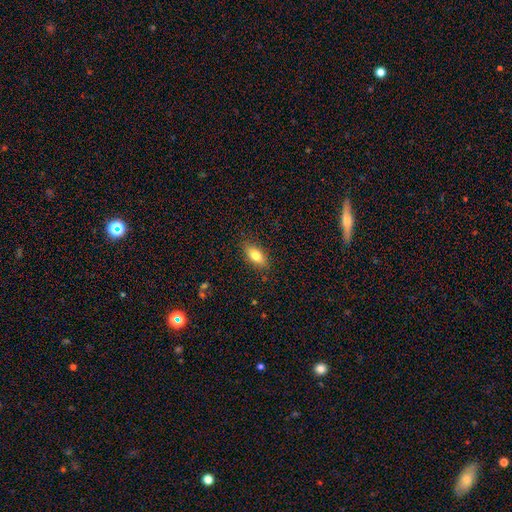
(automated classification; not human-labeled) Morphology: type=smooth (76%); roundness=in between (80%); merging=none (85%).